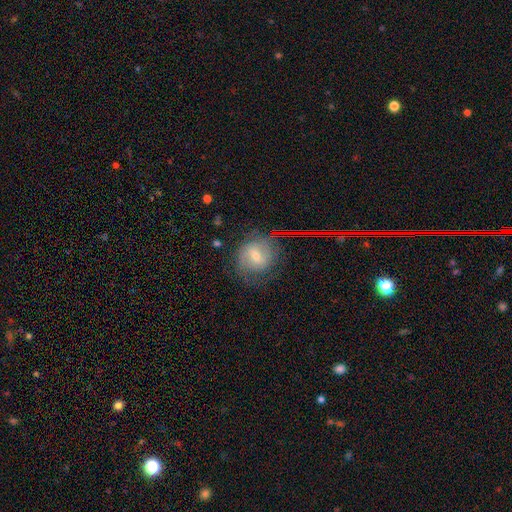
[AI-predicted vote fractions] This is possibly a featured or disk galaxy (53%). It is clearly not viewed edge-on (95%). Bar: possibly weak (51%). Spiral arm pattern: likely yes (80%). Central bulge: possibly small (52%). Merging: likely none (68%).